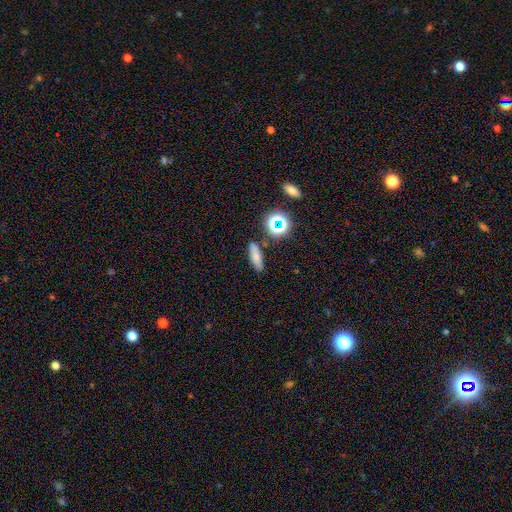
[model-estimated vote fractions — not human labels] Smooth or featured? smooth (73%)
How rounded? cigar-shaped (51%)
Merging? none (83%)